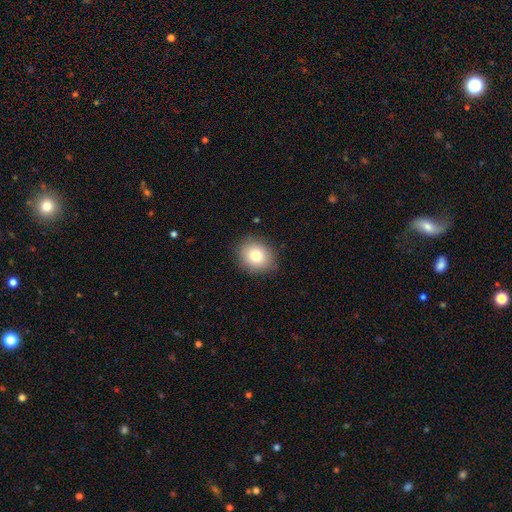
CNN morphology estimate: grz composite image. It shows a smooth galaxy with no disk features (80%) that is round (68%). Merging: none (87%).